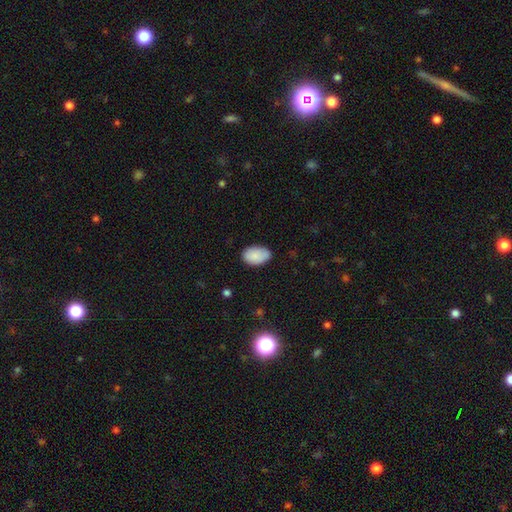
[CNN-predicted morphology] smooth-or-featured: smooth: 89% | star or artifact: 7% | featured or disk: 5%
  how-rounded: in between: 92% | round: 7% | cigar-shaped: 1%
  merging: none: 78% | minor disturbance: 18% | major disturbance: 3% | merger: 1%